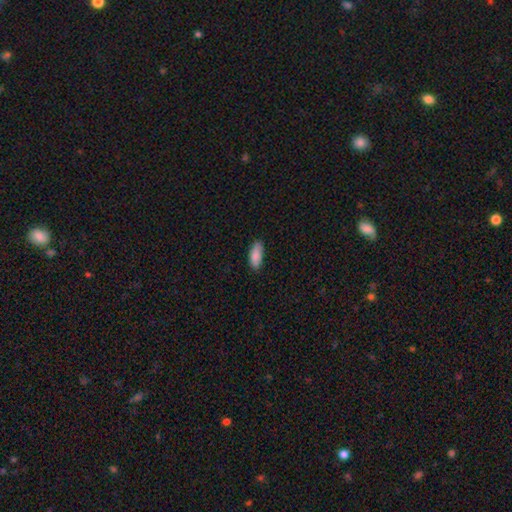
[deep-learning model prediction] This is clearly a smooth galaxy (86%). How rounded: clearly in between (82%). Merging: likely none (80%).